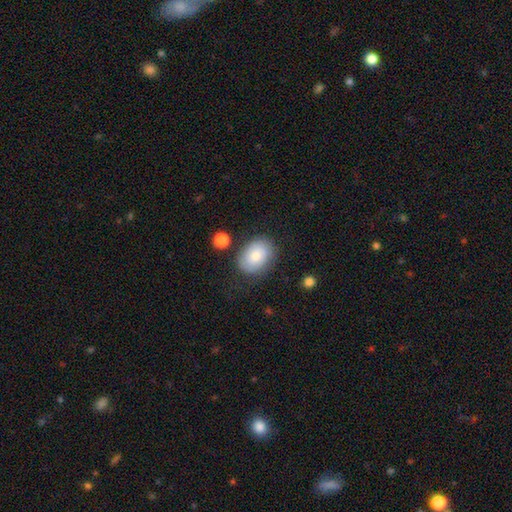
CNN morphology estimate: smooth 75%, featured or disk 18%, star or artifact 7%. Down the decision tree: how rounded — in between (73%); merging — none (77%).